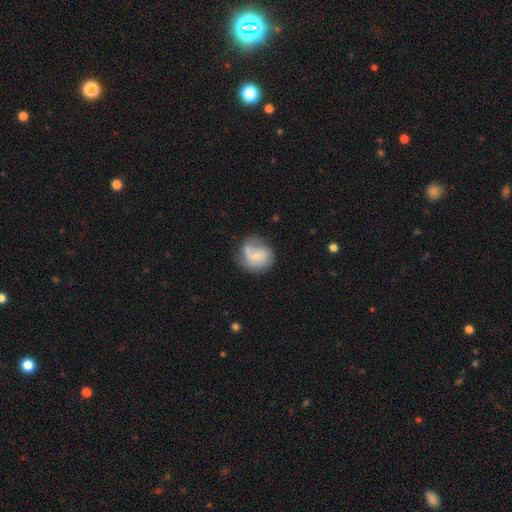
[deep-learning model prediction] This is possibly a featured or disk galaxy (56%). It is clearly not viewed edge-on (98%). Bar: possibly no (58%). Spiral arm pattern: clearly yes (82%). Central bulge: likely small (62%). Merging: possibly none (52%).